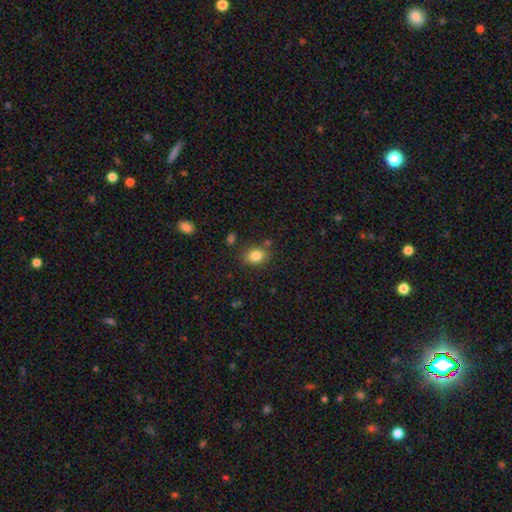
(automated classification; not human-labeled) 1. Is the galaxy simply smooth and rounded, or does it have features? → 83% smooth, 10% star or artifact, 7% featured or disk.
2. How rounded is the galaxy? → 62% in between, 37% round, 1% cigar-shaped.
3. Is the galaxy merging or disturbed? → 78% none, 13% minor disturbance, 5% merger, 4% major disturbance.